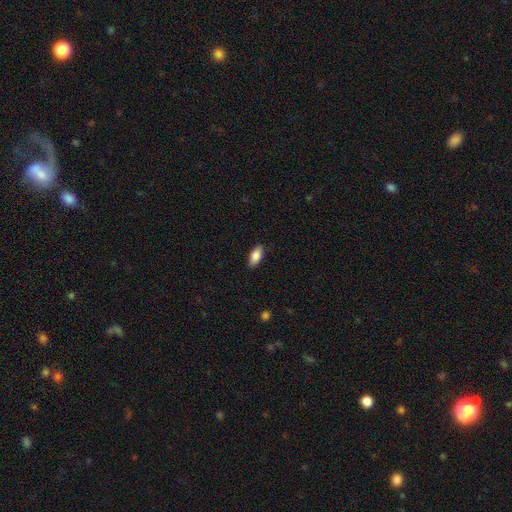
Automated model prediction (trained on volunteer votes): smooth_or_featured: smooth (p=0.86) [alt: featured or disk p=0.07]
how_rounded: in between (p=0.88) [alt: cigar-shaped p=0.09]
merging: none (p=0.87) [alt: minor disturbance p=0.10]